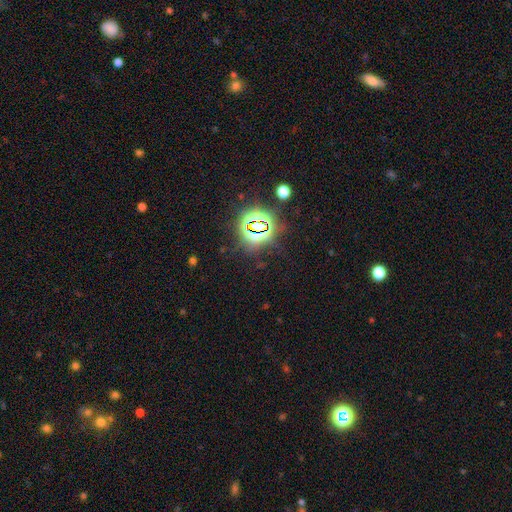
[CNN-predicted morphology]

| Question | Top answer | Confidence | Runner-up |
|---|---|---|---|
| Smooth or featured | star or artifact | 81% | smooth (12%) |